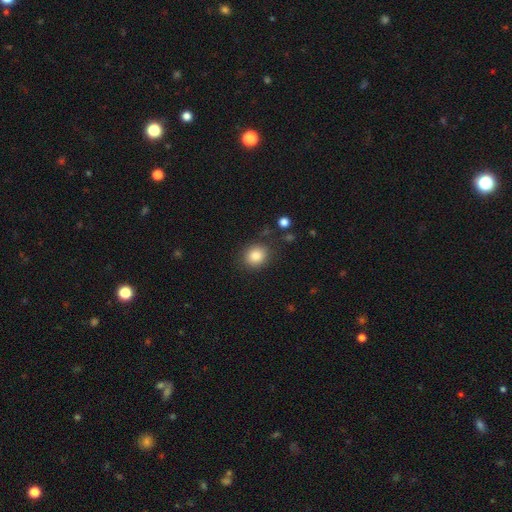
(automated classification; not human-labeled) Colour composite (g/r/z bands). It shows a smooth galaxy with no disk features (84%) that is round (71%). Merging: none (84%).